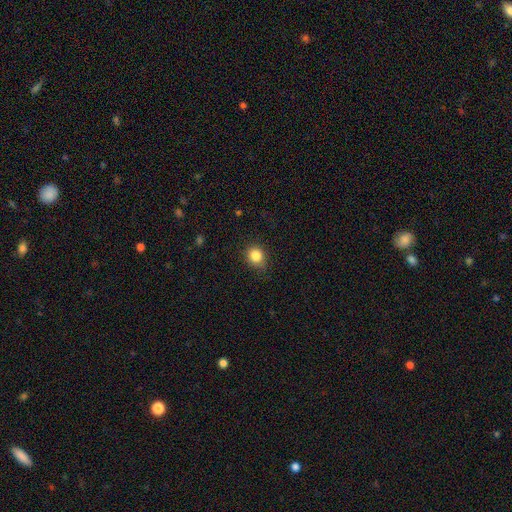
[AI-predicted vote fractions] This is clearly a smooth galaxy (85%). How rounded: likely round (77%). Merging: clearly none (81%).